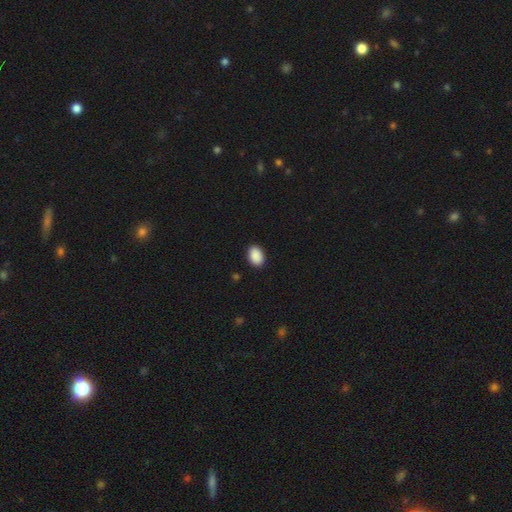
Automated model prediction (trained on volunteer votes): The model was most divided on "how rounded": in between: 83%, round: 16%, cigar-shaped: 1%. More confident: smooth or featured — smooth (91%); merging — none (90%).